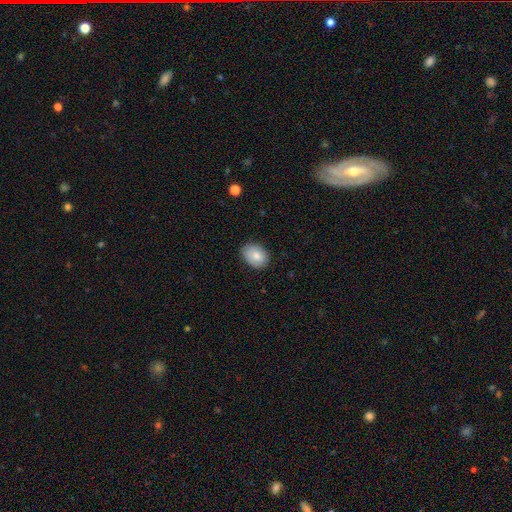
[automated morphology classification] A smooth galaxy with no disk features (83%) that is in between round and cigar-shaped (73%). Merging: none (81%).